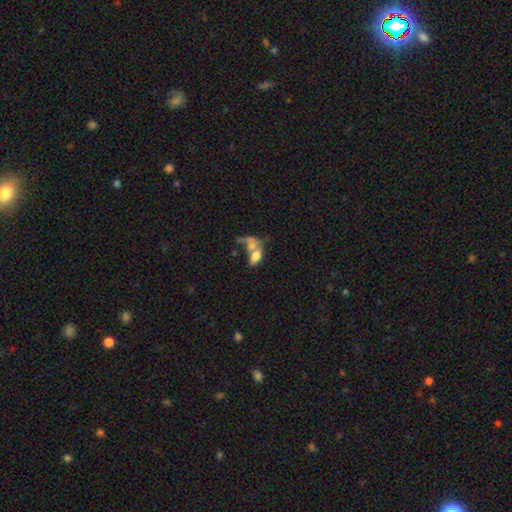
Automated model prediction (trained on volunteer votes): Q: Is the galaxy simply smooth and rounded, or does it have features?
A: smooth — 64%.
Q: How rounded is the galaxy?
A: in between — 86%.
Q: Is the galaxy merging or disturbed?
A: merger — 59%.